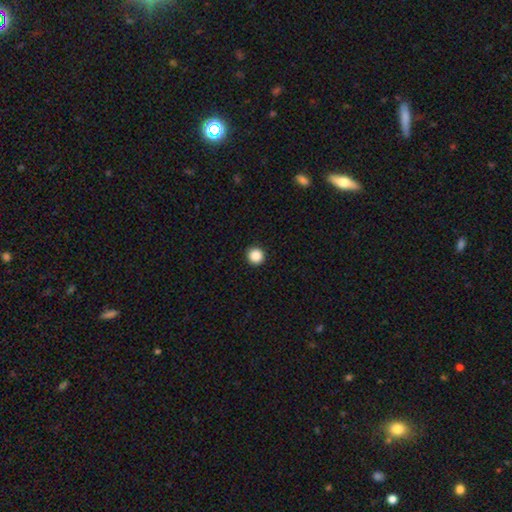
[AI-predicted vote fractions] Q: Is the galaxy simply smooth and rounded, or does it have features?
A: smooth — 88%.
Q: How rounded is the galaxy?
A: round — 96%.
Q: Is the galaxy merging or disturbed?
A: none — 94%.